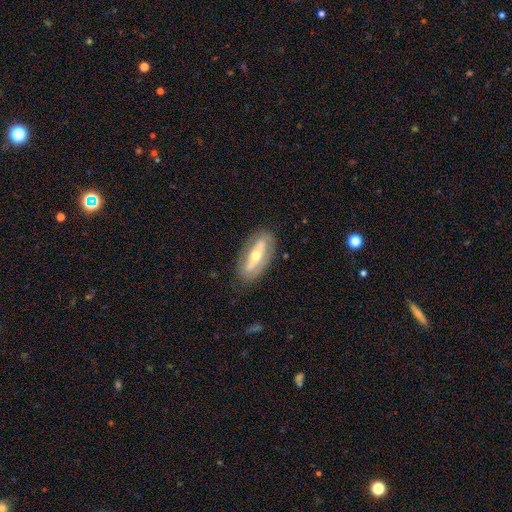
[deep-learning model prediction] The model was most divided on "smooth or featured": featured or disk: 64%, smooth: 30%, star or artifact: 6%. More confident: merging — none (79%); edge-on disk — no (78%).